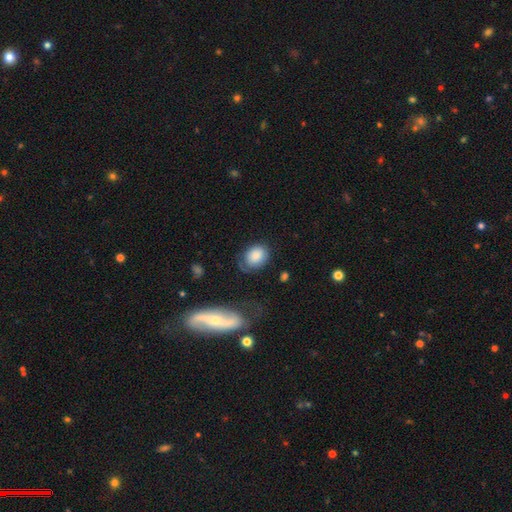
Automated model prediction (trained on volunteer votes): This appears to be a smooth galaxy with no disk features (81%) that is in between round and cigar-shaped (63%). Merging: none (58%).